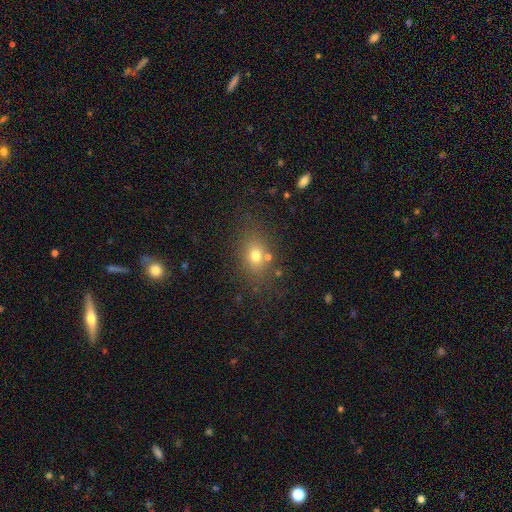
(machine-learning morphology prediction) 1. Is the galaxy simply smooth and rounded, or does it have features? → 71% smooth, 16% star or artifact, 13% featured or disk.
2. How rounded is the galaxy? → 61% in between, 36% round, 2% cigar-shaped.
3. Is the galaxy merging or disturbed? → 73% none, 13% minor disturbance, 9% merger, 5% major disturbance.